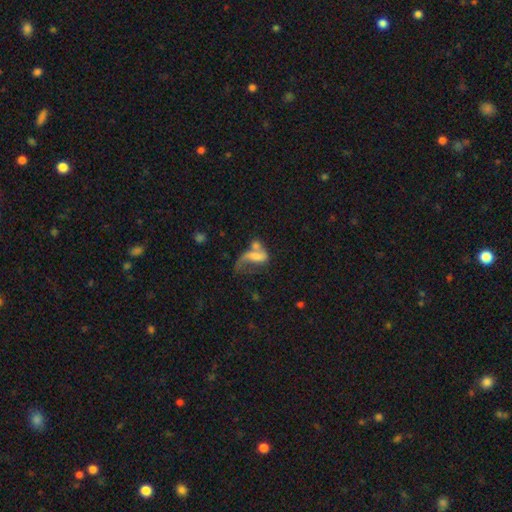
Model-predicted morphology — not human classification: This is possibly a featured or disk galaxy (45%, tied with smooth). Merging: marginally major disturbance (37%).